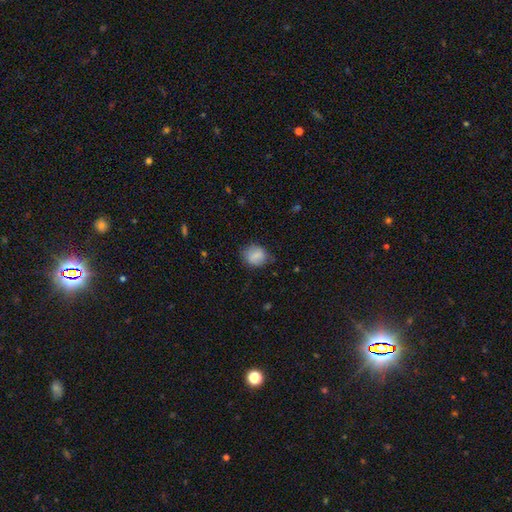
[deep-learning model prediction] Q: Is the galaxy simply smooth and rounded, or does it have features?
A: smooth — 83%.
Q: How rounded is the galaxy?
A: round — 64%.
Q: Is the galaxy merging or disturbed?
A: none — 70%.